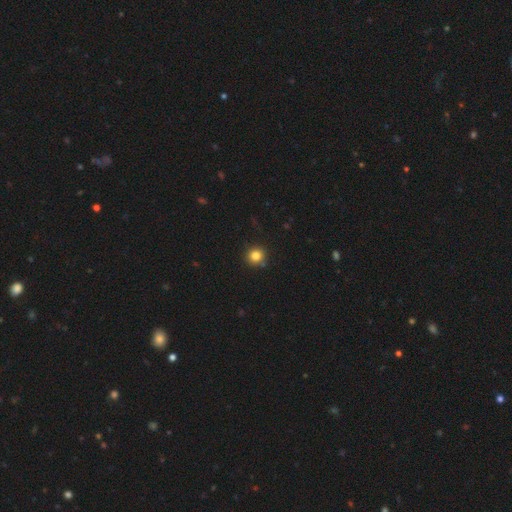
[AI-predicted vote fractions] The model was most divided on "smooth or featured": smooth: 82%, star or artifact: 12%, featured or disk: 5%. More confident: how rounded — round (93%); merging — none (87%).